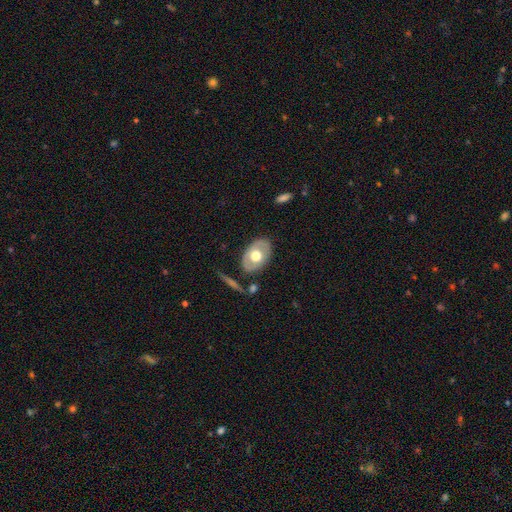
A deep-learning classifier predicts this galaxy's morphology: Smooth or featured: smooth — 51% (featured or disk — 44%)
How rounded: in between — 84% (round — 15%)
Merging: none — 80% (minor disturbance — 13%)